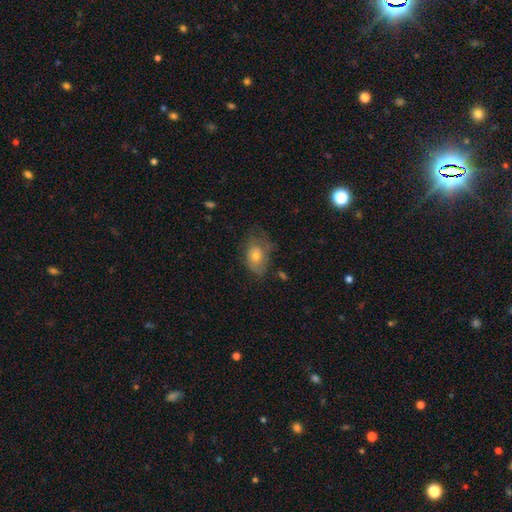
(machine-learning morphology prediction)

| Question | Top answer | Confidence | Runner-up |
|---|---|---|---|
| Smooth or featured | smooth | 61% | featured or disk (29%) |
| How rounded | in between | 79% | round (20%) |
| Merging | none | 50% | minor disturbance (30%) |